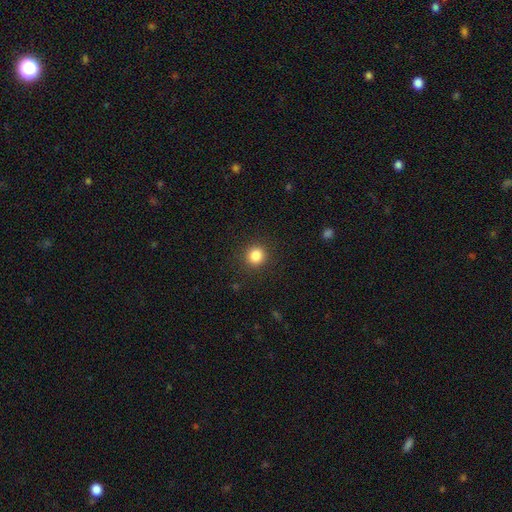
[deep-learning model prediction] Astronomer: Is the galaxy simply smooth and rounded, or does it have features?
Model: smooth — 84%.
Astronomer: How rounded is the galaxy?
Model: round — 90%.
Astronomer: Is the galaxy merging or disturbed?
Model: none — 90%.